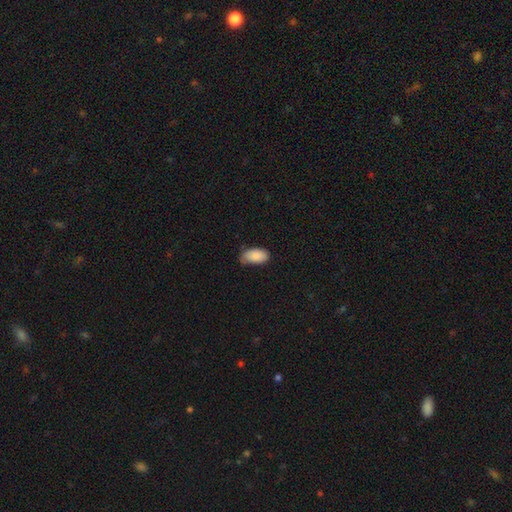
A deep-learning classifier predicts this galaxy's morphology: smooth-or-featured: smooth: 88% | star or artifact: 7% | featured or disk: 6%
  how-rounded: in between: 95% | round: 3% | cigar-shaped: 2%
  merging: none: 57% | minor disturbance: 36% | major disturbance: 6% | merger: 2%